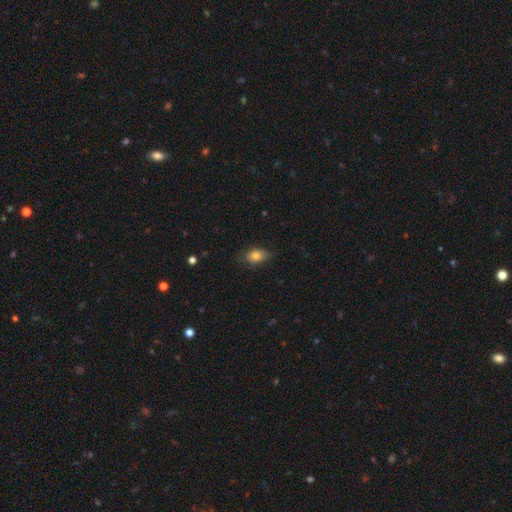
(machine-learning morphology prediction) Smooth or featured?
  - smooth: 79% *
  - featured or disk: 12%
  - star or artifact: 9%
How rounded?
  - in between: 83% *
  - round: 14%
  - cigar-shaped: 3%
Merging?
  - none: 70% *
  - minor disturbance: 24%
  - major disturbance: 5%
  - merger: 1%